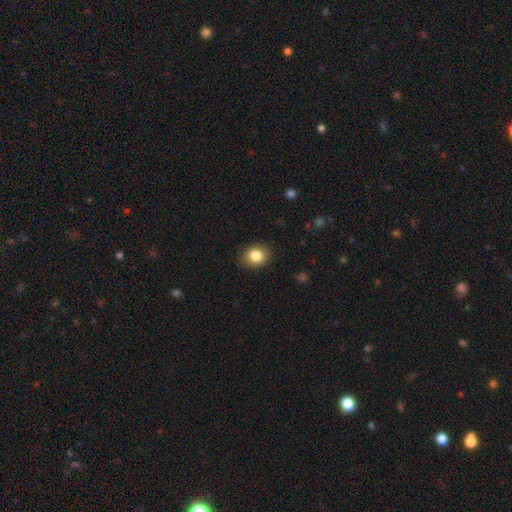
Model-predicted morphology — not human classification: This appears to be a smooth galaxy with no disk features (85%) that is round (54%). Merging: none (88%).